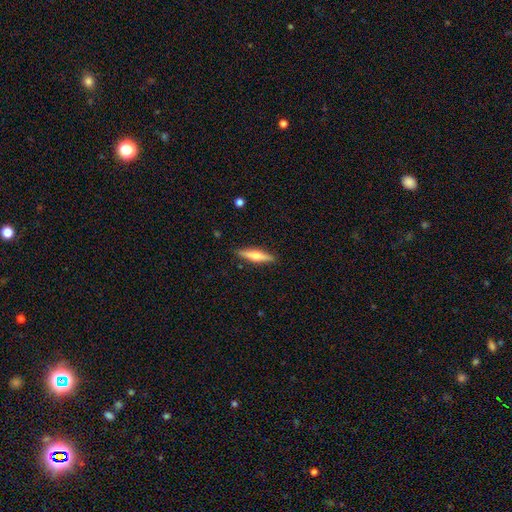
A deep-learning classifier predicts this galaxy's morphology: The model was most divided on "smooth or featured": featured or disk: 48%, smooth: 46%, star or artifact: 6%. More confident: merging — none (90%).